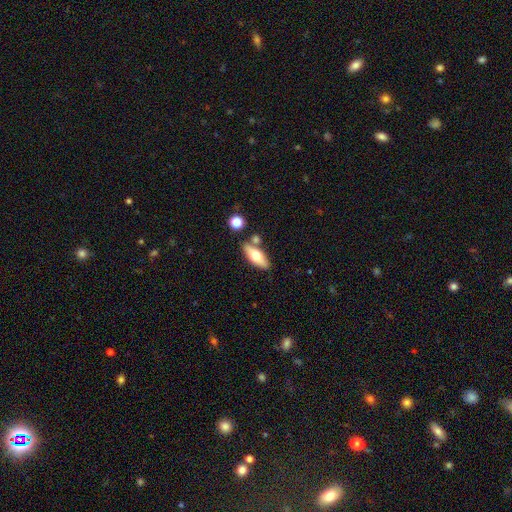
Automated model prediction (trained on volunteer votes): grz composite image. It shows a smooth galaxy with no disk features (59%) that is in between round and cigar-shaped (68%). Merging: none (73%).